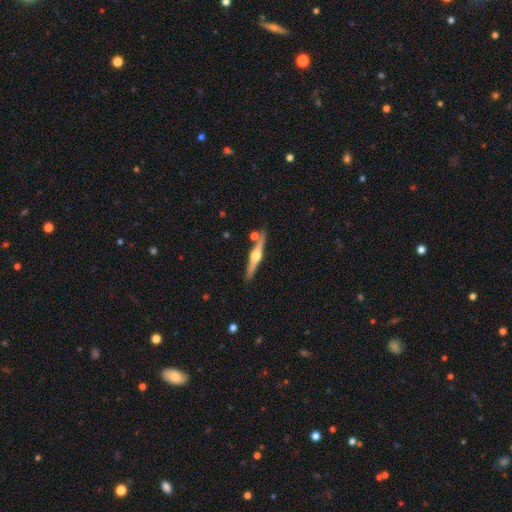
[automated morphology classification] Smooth or featured? featured or disk (78%)
Edge-on disk? yes (98%)
Edge-on bulge? rounded (94%)
Merging? none (84%)